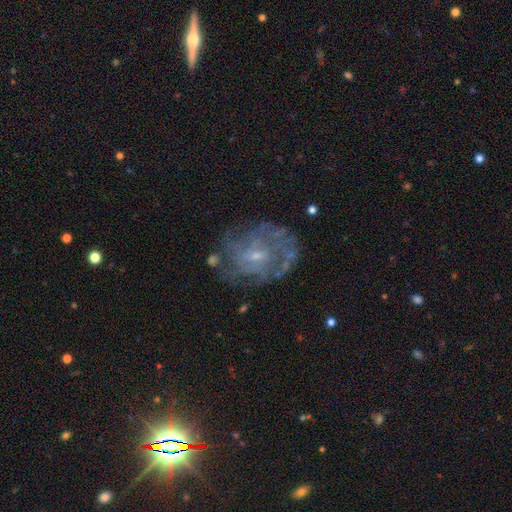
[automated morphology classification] Smooth or featured? Predicted: featured or disk (p=0.77). Edge-on disk? Predicted: no (p=0.97). Bar? Predicted: weak (p=0.48). Spiral arms? Predicted: yes (p=0.75). Spiral winding? Predicted: tight (p=0.50). Spiral arm count? Predicted: can't tell (p=0.50). Bulge size? Predicted: small (p=0.66). Merging? Predicted: none (p=0.61).